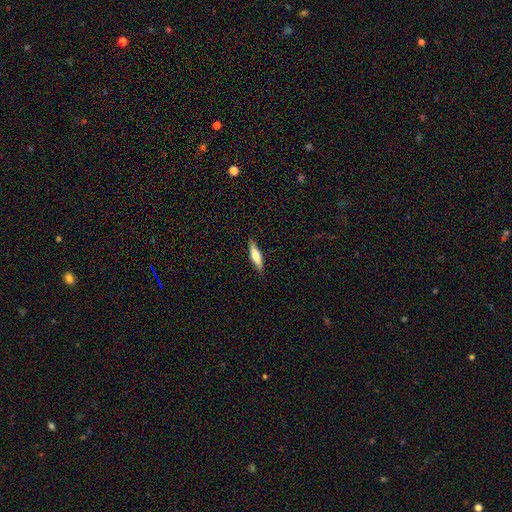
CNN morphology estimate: Smooth or featured? smooth (61%)
How rounded? cigar-shaped (69%)
Merging? none (89%)